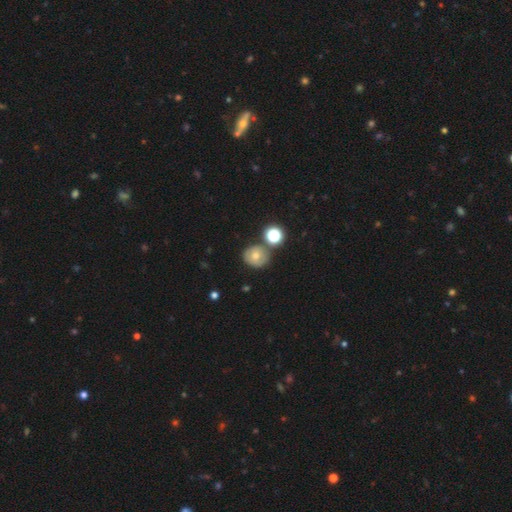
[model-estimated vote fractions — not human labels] Smooth or featured?
  - smooth: 62% *
  - featured or disk: 24%
  - star or artifact: 14%
How rounded?
  - round: 82% *
  - in between: 17%
  - cigar-shaped: 1%
Merging?
  - none: 70% *
  - minor disturbance: 13%
  - merger: 13%
  - major disturbance: 4%